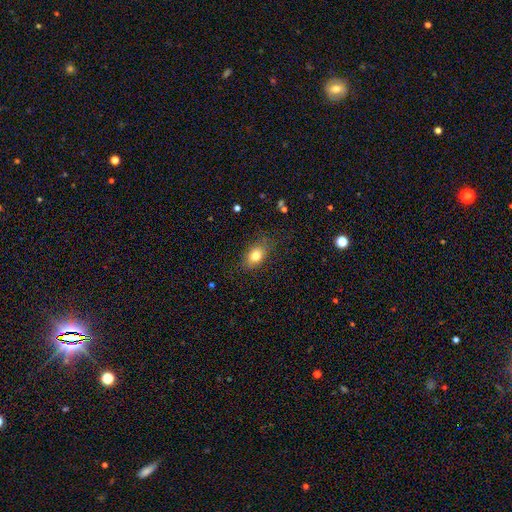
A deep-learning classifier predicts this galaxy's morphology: smooth_or_featured: smooth (p=0.79) [alt: featured or disk p=0.11]
how_rounded: in between (p=0.78) [alt: round p=0.19]
merging: none (p=0.78) [alt: minor disturbance p=0.16]